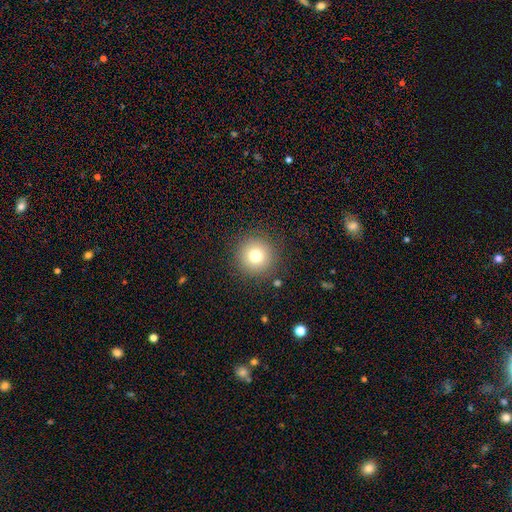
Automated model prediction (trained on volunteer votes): smooth_or_featured: smooth (p=0.76) [alt: star or artifact p=0.13]
how_rounded: round (p=0.96) [alt: in between p=0.03]
merging: none (p=0.89) [alt: minor disturbance p=0.07]